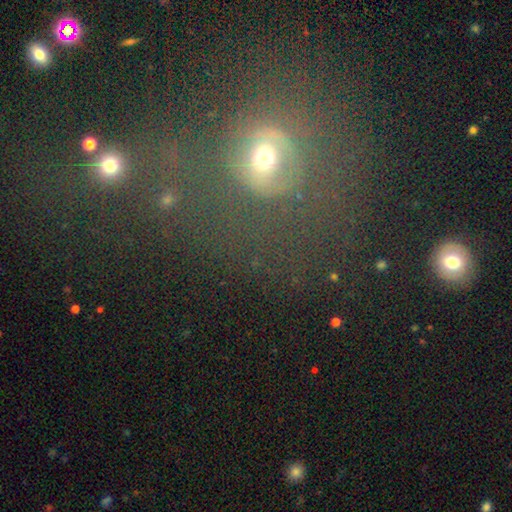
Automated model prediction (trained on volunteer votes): Overall: smooth (42%; star or artifact 35%). Merging: none (59%).